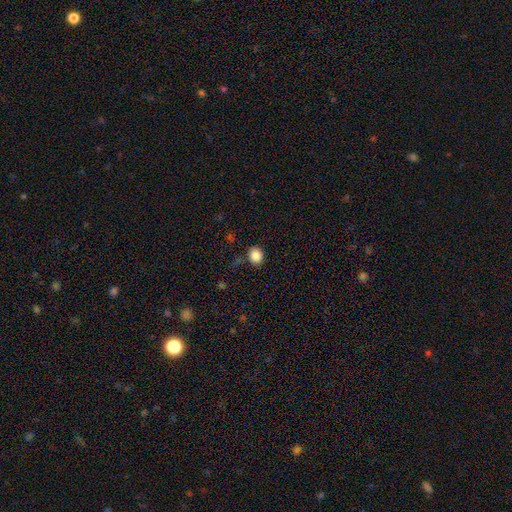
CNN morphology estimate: type=smooth (87%); roundness=round (74%); merging=none (82%).